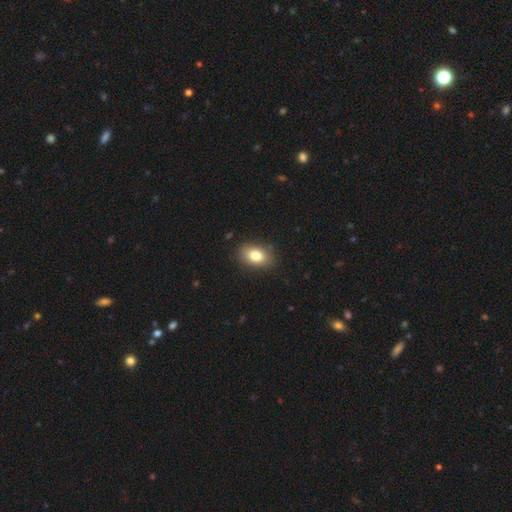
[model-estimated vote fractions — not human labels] Overall: smooth (81%). How rounded: in between (85%). Merging: none (86%).